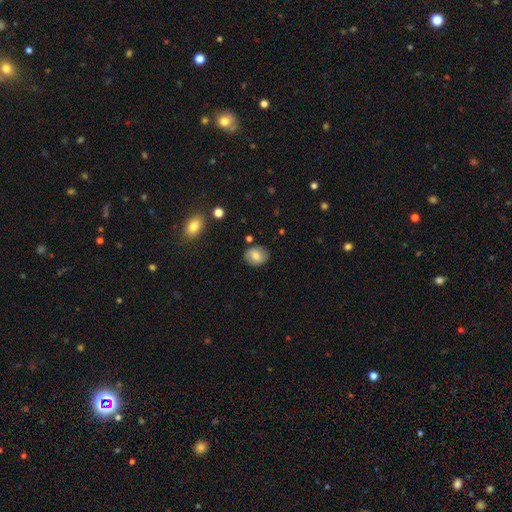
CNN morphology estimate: Overall: smooth (75%). How rounded: round (53%; in between 45%). Merging: none (83%).